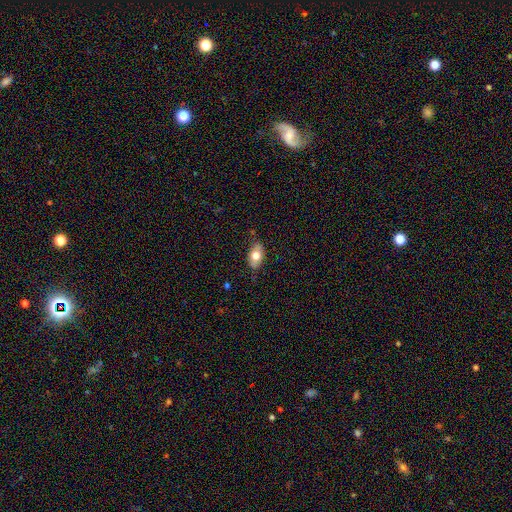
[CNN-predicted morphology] smooth-or-featured: smooth: 68% | featured or disk: 24% | star or artifact: 7%
  how-rounded: in between: 88% | round: 9% | cigar-shaped: 2%
  merging: none: 78% | minor disturbance: 18% | major disturbance: 3% | merger: 1%